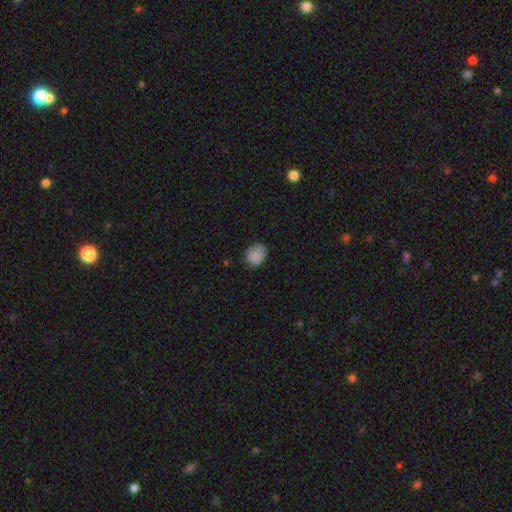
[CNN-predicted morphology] A smooth galaxy with no disk features (87%) that is round (60%). Merging: none (77%).